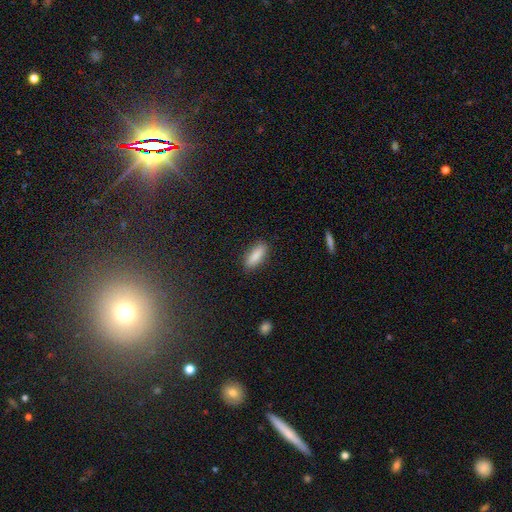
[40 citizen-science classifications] smooth-or-featured: smooth: 98% | featured or disk: 2% | star or artifact: 0%
  how-rounded: in between: 62% | cigar-shaped: 36% | round: 3%
  merging: none: 88% | minor disturbance: 10% | major disturbance: 2% | merger: 0%